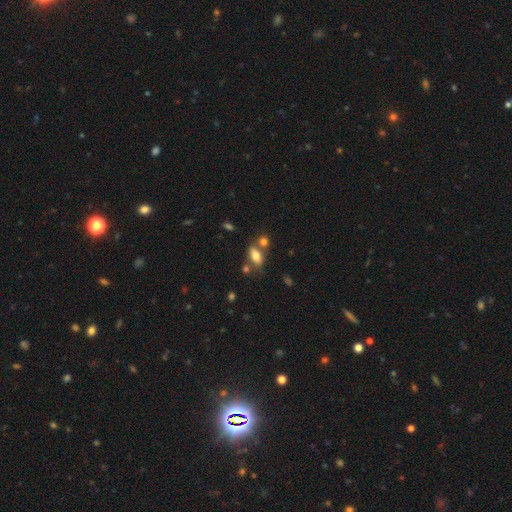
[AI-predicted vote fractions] smooth-or-featured: smooth: 74% | featured or disk: 17% | star or artifact: 10%
  how-rounded: in between: 81% | cigar-shaped: 12% | round: 7%
  merging: none: 60% | merger: 22% | minor disturbance: 13% | major disturbance: 5%